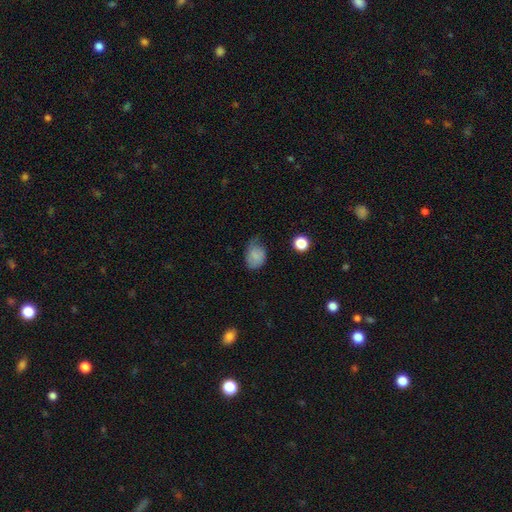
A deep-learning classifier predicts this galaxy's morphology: Smooth or featured? Predicted: smooth (p=0.74). How rounded? Predicted: in between (p=0.68). Merging? Predicted: none (p=0.47).